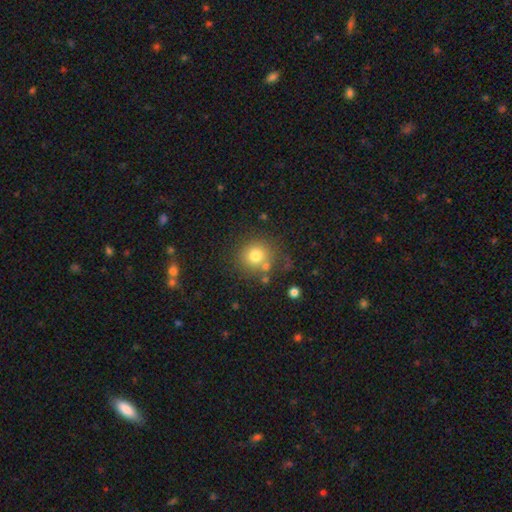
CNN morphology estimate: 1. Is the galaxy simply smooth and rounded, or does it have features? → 77% smooth, 12% star or artifact, 10% featured or disk.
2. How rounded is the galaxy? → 89% round, 10% in between, 1% cigar-shaped.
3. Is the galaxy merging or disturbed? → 69% none, 13% minor disturbance, 12% merger, 7% major disturbance.